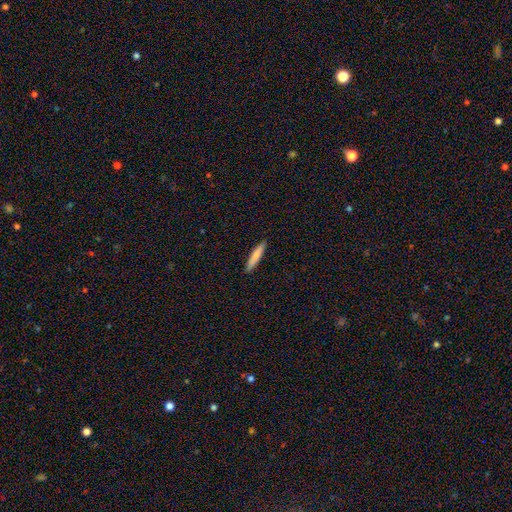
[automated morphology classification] smooth-or-featured: smooth: 80% | featured or disk: 14% | star or artifact: 6%
  how-rounded: cigar-shaped: 91% | in between: 7% | round: 1%
  merging: none: 91% | minor disturbance: 7% | major disturbance: 1% | merger: 1%